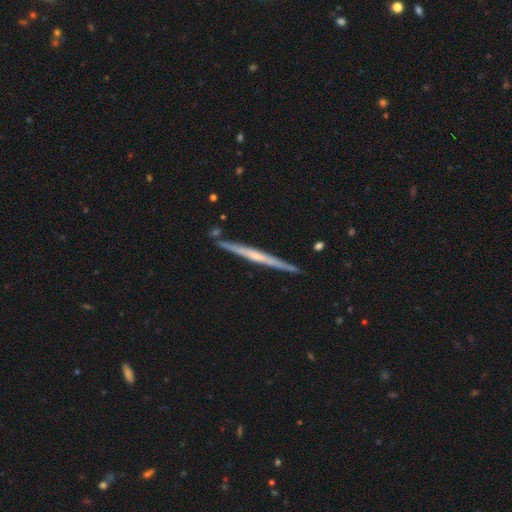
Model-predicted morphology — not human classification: type=featured or disk (72%); edge-on=yes (98%); edge-on bulge=none (54%); merging=none (89%).